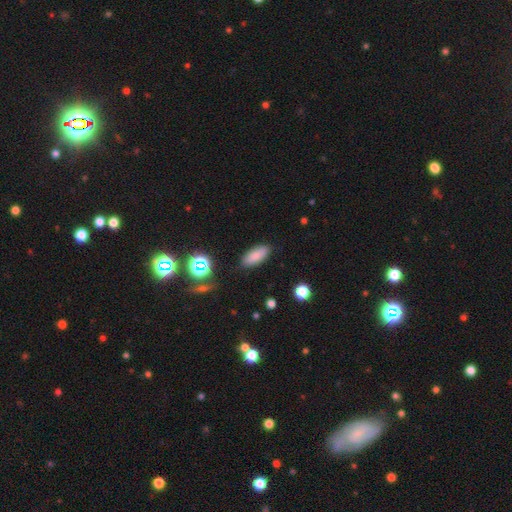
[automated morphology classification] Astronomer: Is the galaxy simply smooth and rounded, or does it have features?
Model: smooth — 82%.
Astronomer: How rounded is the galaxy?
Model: in between — 79%.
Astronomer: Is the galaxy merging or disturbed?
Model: none — 86%.